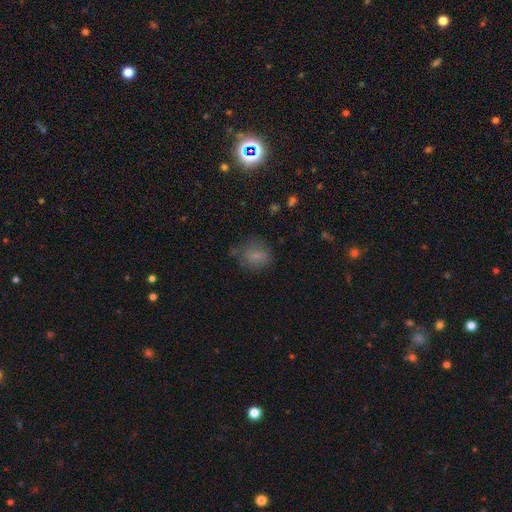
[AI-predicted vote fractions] This appears to be a smooth galaxy with no disk features (74%) that is round (60%). Merging: none (57%).